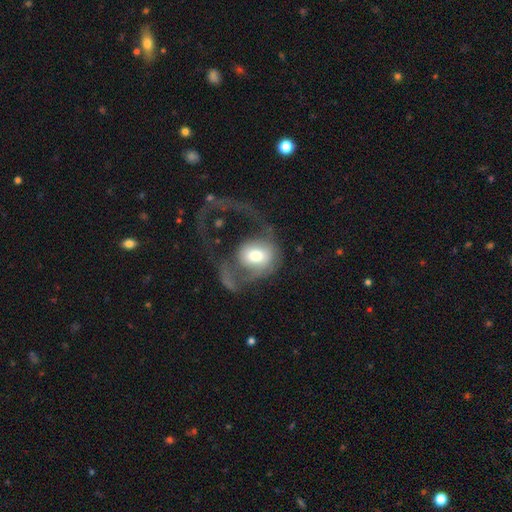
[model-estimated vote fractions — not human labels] The model was most divided on "smooth or featured": smooth: 50%, featured or disk: 42%, star or artifact: 7%. More confident: merging — major disturbance (68%); how rounded — round (56%).